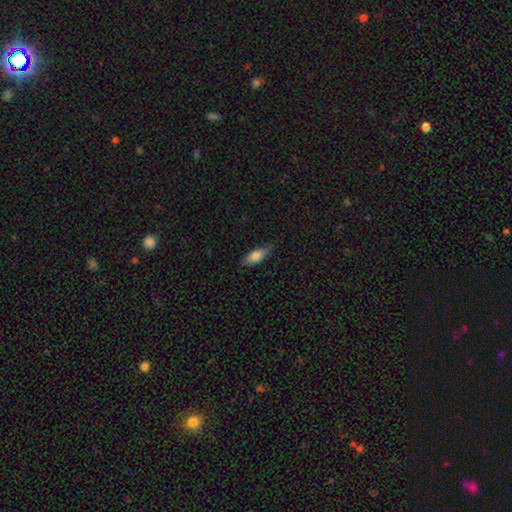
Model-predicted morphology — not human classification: type=smooth (77%); roundness=in between (71%); merging=none (78%).